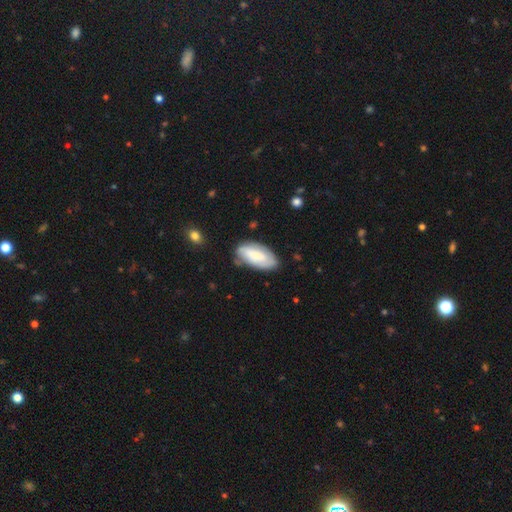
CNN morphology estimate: The model was most divided on "smooth or featured": smooth: 64%, featured or disk: 30%, star or artifact: 6%. More confident: how rounded — in between (91%); merging — none (70%).